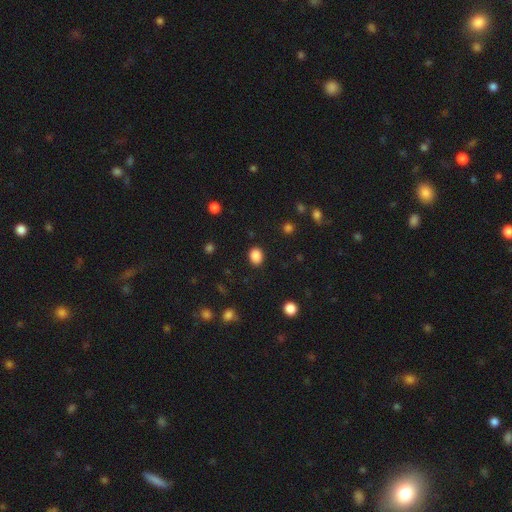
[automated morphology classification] smooth_or_featured: smooth (p=0.87) [alt: star or artifact p=0.10]
how_rounded: in between (p=0.53) [alt: round p=0.46]
merging: none (p=0.88) [alt: minor disturbance p=0.08]